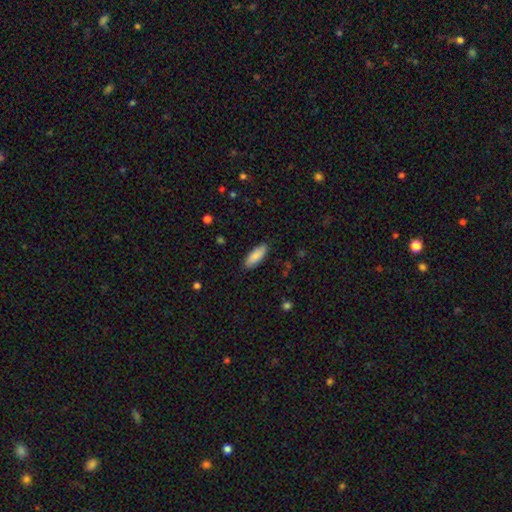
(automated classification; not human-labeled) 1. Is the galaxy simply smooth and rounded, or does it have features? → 88% smooth, 6% featured or disk, 6% star or artifact.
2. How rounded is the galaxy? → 71% in between, 27% cigar-shaped, 2% round.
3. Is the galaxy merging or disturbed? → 88% none, 9% minor disturbance, 2% major disturbance, 1% merger.